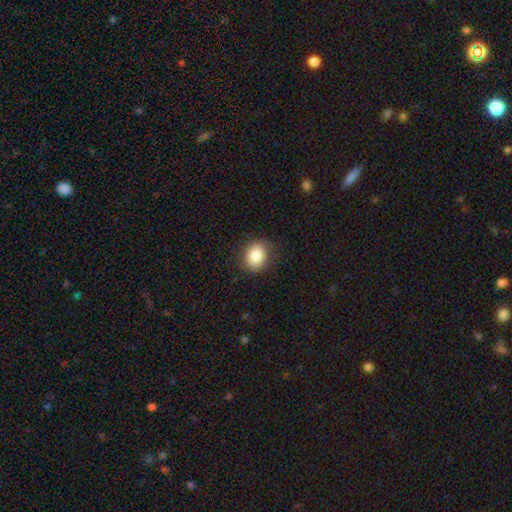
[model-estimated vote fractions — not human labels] A smooth galaxy with no disk features (84%) that is round (58%). Merging: none (84%).